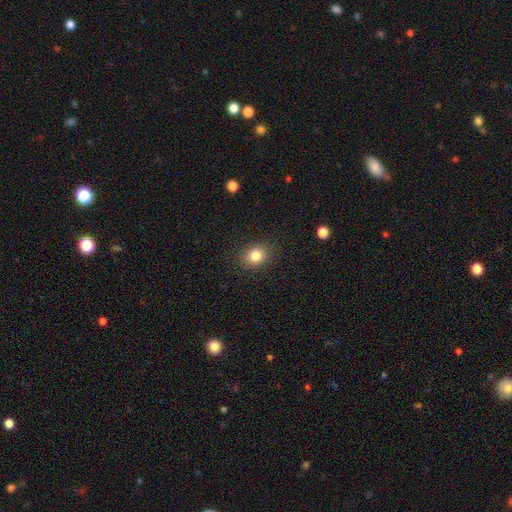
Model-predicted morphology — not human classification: smooth-or-featured: smooth: 83% | star or artifact: 11% | featured or disk: 7%
  how-rounded: round: 55% | in between: 44% | cigar-shaped: 1%
  merging: none: 87% | minor disturbance: 9% | major disturbance: 3% | merger: 1%